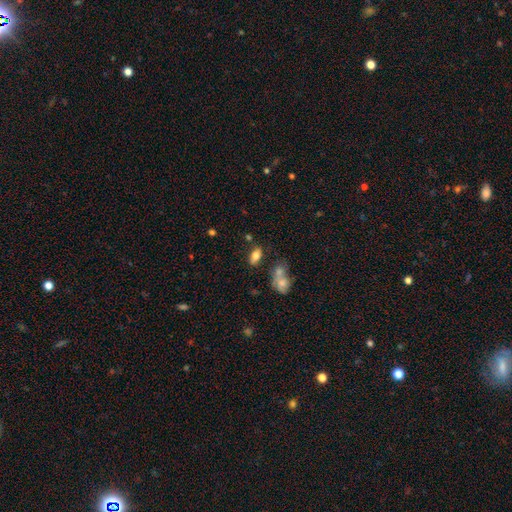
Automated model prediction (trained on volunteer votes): Q: Smooth or featured?
A: smooth (76%); runner-up: featured or disk (14%)
Q: How rounded?
A: in between (88%); runner-up: round (7%)
Q: Merging?
A: none (70%); runner-up: minor disturbance (13%)